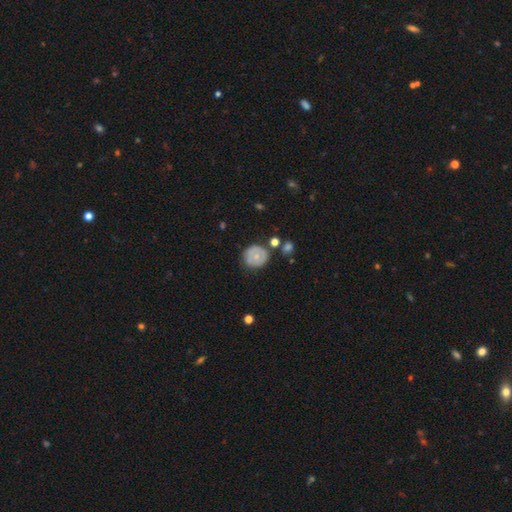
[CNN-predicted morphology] type=smooth (59%); roundness=round (86%); merging=none (69%).